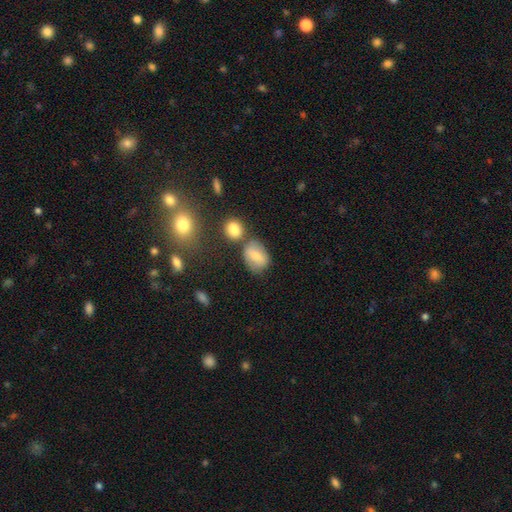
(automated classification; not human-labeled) smooth_or_featured: smooth (p=0.72) [alt: featured or disk p=0.19]
how_rounded: in between (p=0.69) [alt: round p=0.29]
merging: none (p=0.58) [alt: merger p=0.21]